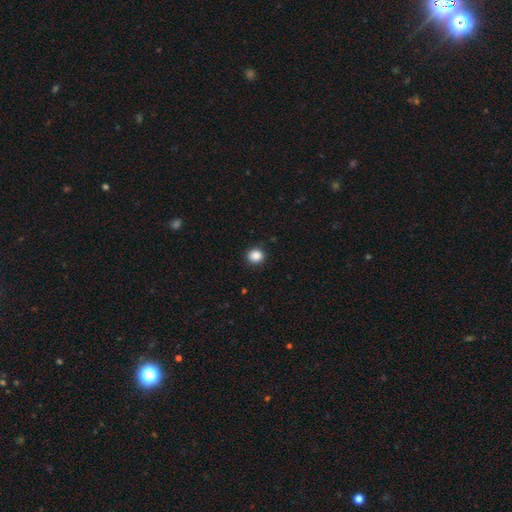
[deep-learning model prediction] A smooth galaxy with no disk features (87%) that is round (87%). Merging: none (91%).